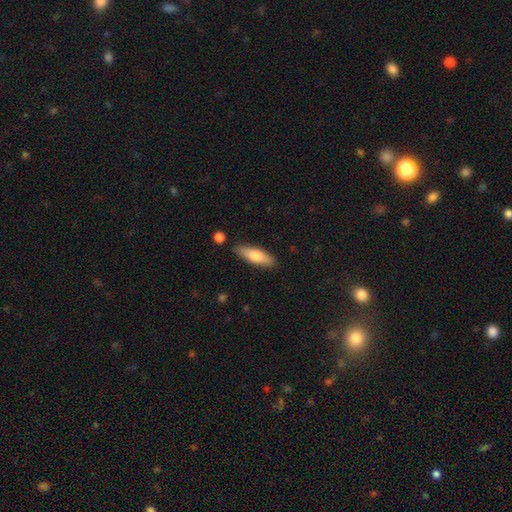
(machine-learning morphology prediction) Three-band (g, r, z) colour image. It shows a smooth galaxy with no disk features (71%) that is cigar-shaped (54%). Merging: none (85%).